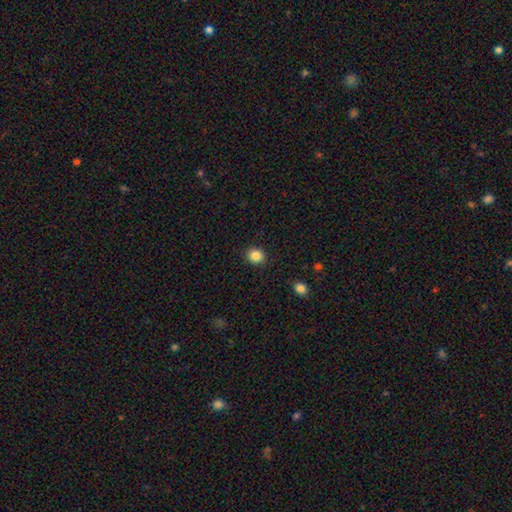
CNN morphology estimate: smooth 86%, star or artifact 10%, featured or disk 4%. Down the decision tree: how rounded — round (81%); merging — none (91%).